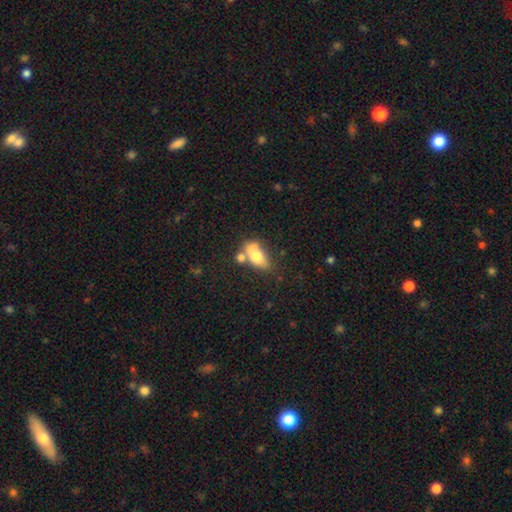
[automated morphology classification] Smooth or featured? Predicted: smooth (p=0.70). How rounded? Predicted: in between (p=0.85). Merging? Predicted: none (p=0.37).